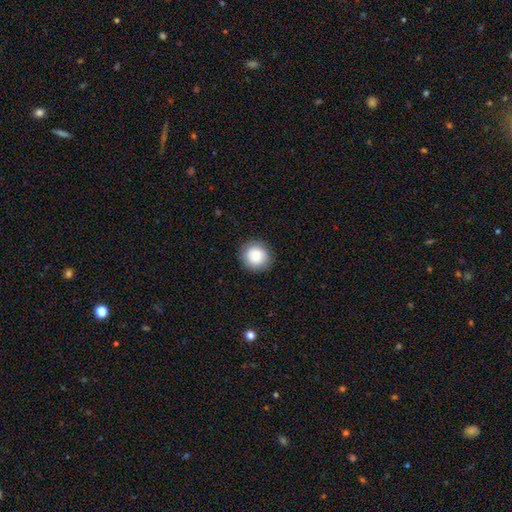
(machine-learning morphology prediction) smooth-or-featured: smooth: 82% | featured or disk: 9% | star or artifact: 9%
  how-rounded: round: 88% | in between: 11% | cigar-shaped: 1%
  merging: none: 89% | minor disturbance: 8% | major disturbance: 2% | merger: 1%